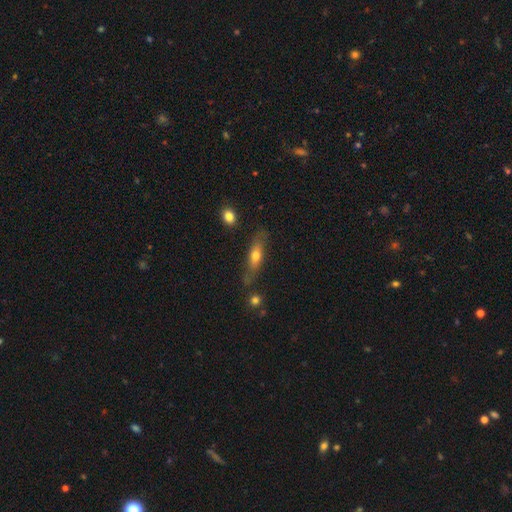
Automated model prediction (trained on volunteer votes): This appears to be a smooth galaxy with no disk features (62%) that is in between round and cigar-shaped (50%). Merging: none (65%).